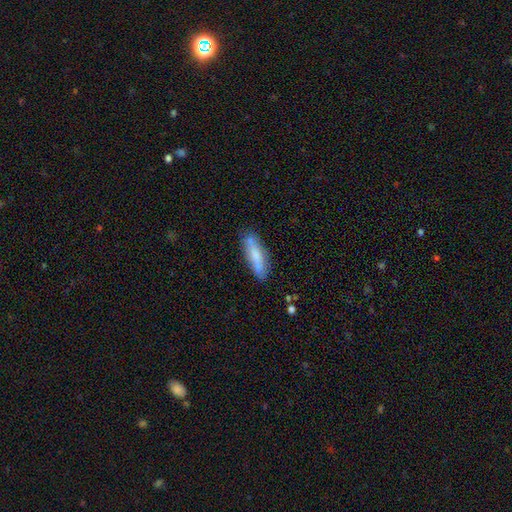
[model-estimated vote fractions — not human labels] Q: Smooth or featured?
A: smooth (72%); runner-up: featured or disk (21%)
Q: How rounded?
A: cigar-shaped (65%); runner-up: in between (33%)
Q: Merging?
A: none (76%); runner-up: minor disturbance (17%)